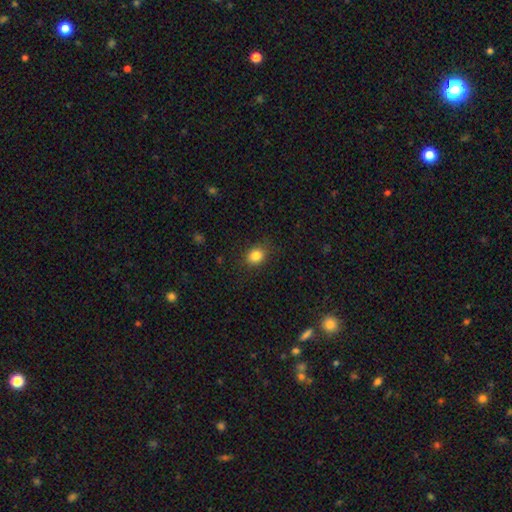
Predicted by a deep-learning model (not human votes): A smooth galaxy with no disk features (85%) that is round (52%). Merging: none (83%).